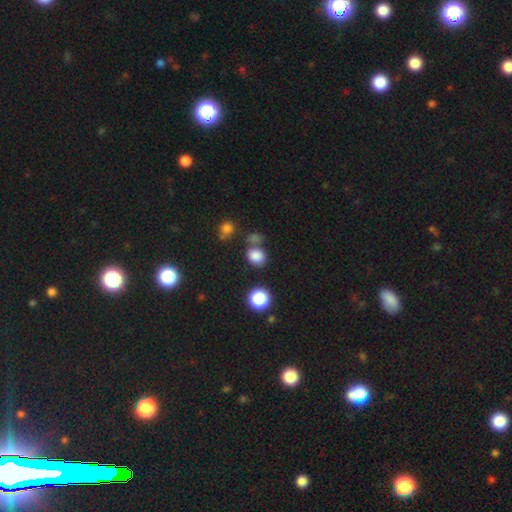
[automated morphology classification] The model was most divided on "how rounded": round: 64%, in between: 35%, cigar-shaped: 1%. More confident: smooth or featured — smooth (81%); merging — none (65%).